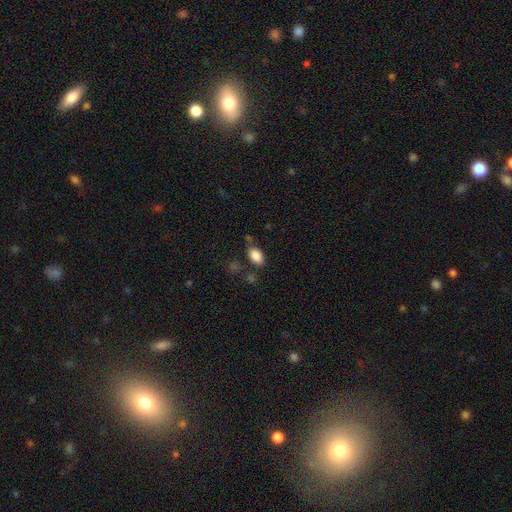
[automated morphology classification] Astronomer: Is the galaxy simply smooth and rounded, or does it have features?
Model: smooth — 86%.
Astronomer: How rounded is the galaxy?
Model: in between — 91%.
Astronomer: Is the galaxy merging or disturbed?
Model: none — 74%.